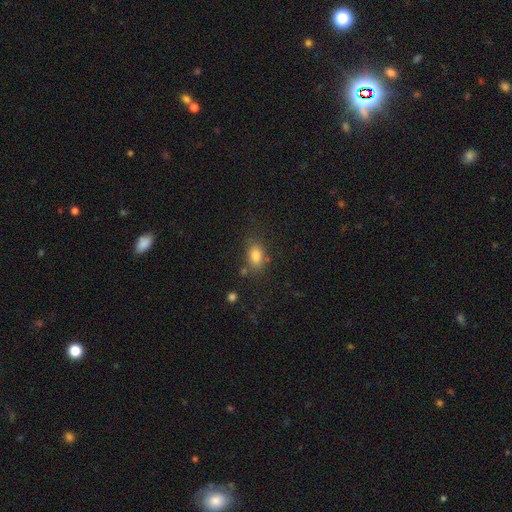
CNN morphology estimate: Smooth or featured: smooth — 81% (star or artifact — 10%)
How rounded: in between — 78% (round — 19%)
Merging: none — 71% (minor disturbance — 16%)